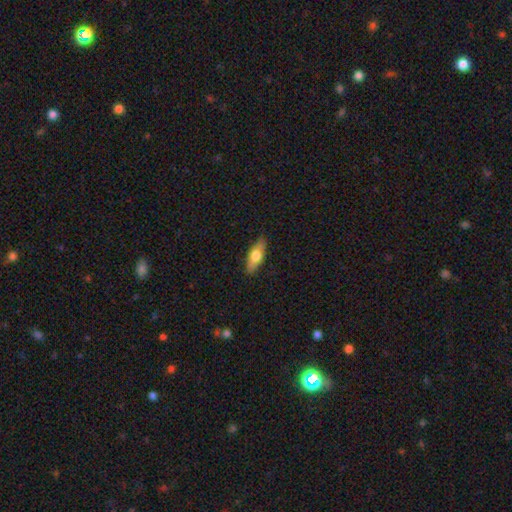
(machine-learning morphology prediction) smooth_or_featured: smooth (p=0.62) [alt: featured or disk p=0.32]
how_rounded: in between (p=0.64) [alt: cigar-shaped p=0.33]
merging: none (p=0.85) [alt: minor disturbance p=0.11]